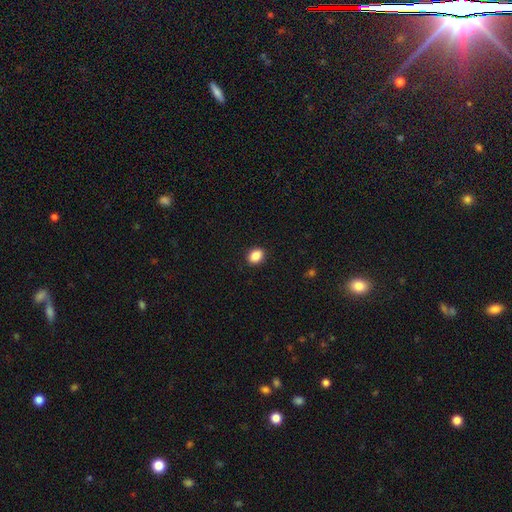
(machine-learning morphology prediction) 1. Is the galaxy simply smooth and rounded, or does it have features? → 88% smooth, 9% star or artifact, 4% featured or disk.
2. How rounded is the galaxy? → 60% in between, 39% round, 1% cigar-shaped.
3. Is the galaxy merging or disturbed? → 90% none, 7% minor disturbance, 2% major disturbance, 1% merger.